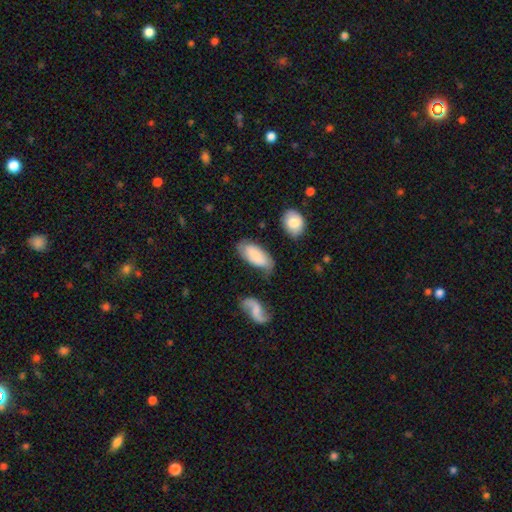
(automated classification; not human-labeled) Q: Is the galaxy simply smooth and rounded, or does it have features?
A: smooth — 69%.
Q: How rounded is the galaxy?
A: in between — 89%.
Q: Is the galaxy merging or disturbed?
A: none — 62%.